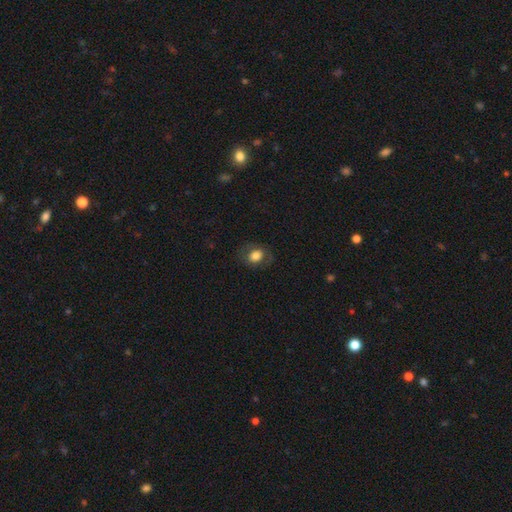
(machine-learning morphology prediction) This appears to be a smooth galaxy with no disk features (74%) that is in between round and cigar-shaped (54%). Merging: none (76%).